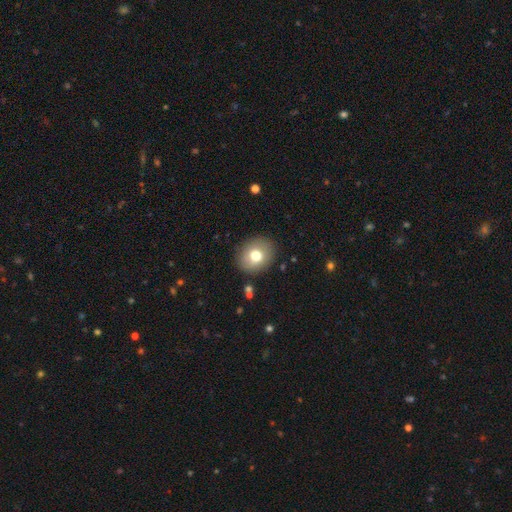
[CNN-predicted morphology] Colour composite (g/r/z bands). It shows a smooth galaxy with no disk features (74%) that is round (67%). Merging: none (87%).